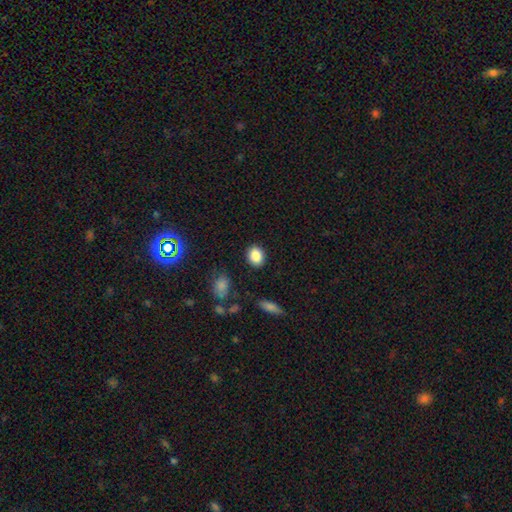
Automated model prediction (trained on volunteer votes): Q: Smooth or featured?
A: smooth (86%); runner-up: star or artifact (9%)
Q: How rounded?
A: in between (55%); runner-up: round (44%)
Q: Merging?
A: none (87%); runner-up: minor disturbance (8%)